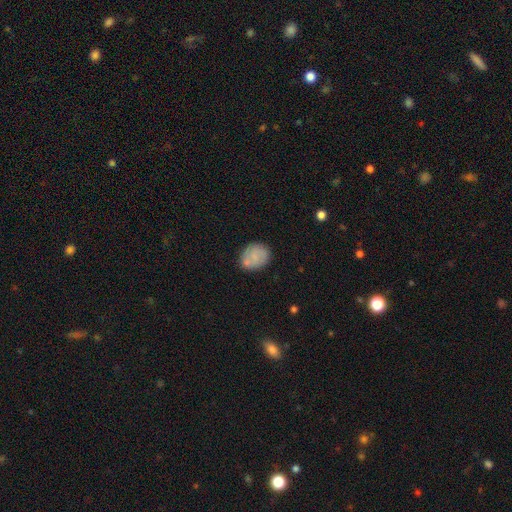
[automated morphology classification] The model was most divided on "how rounded": round: 53%, in between: 46%, cigar-shaped: 1%. More confident: smooth or featured — smooth (74%); merging — none (69%).